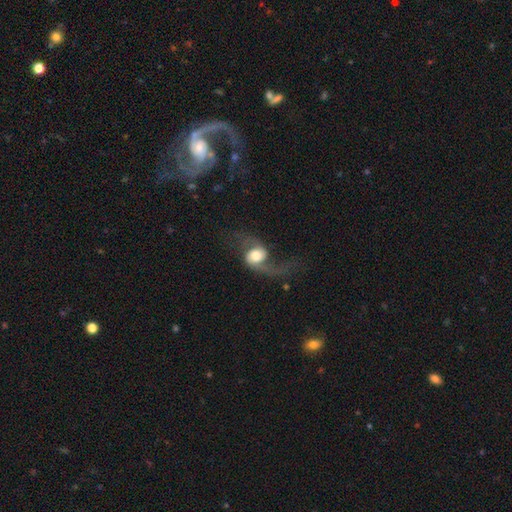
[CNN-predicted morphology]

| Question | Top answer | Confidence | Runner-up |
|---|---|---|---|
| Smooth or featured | featured or disk | 75% | smooth (18%) |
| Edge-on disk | no | 97% | yes (3%) |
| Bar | no | 62% | weak (28%) |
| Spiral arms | yes | 93% | no (7%) |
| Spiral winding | loose | 82% | medium (15%) |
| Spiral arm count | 2 | 86% | 1 (10%) |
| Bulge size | moderate | 46% | large (35%) |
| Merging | none | 49% | major disturbance (31%) |